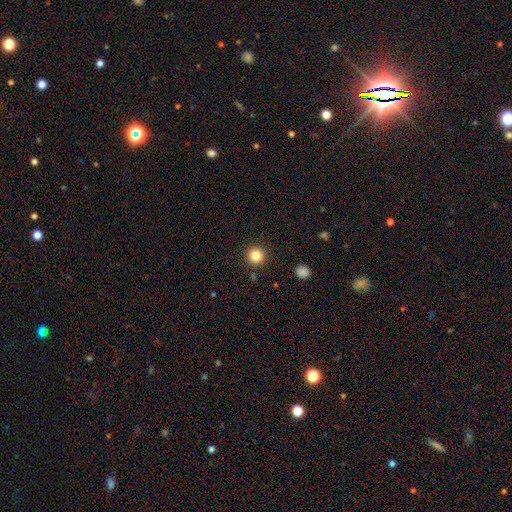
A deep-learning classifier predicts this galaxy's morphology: Smooth or featured? smooth (83%)
How rounded? round (96%)
Merging? none (91%)